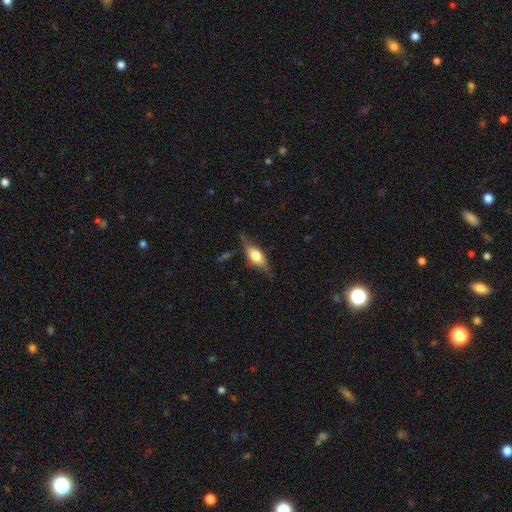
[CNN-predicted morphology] type=smooth (50%); roundness=in between (69%); merging=none (69%).